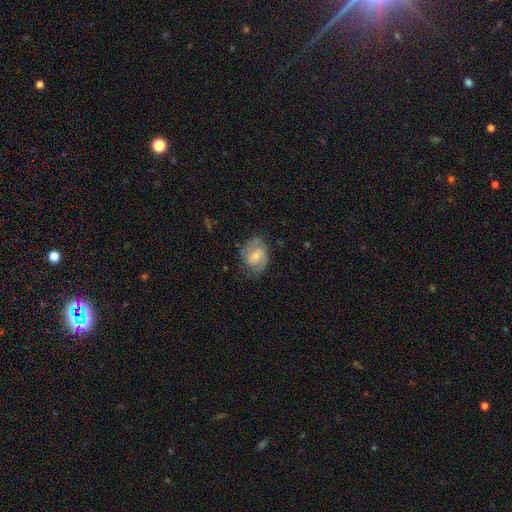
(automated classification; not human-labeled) Smooth or featured? Predicted: featured or disk (p=0.59). Edge-on disk? Predicted: no (p=0.97). Bar? Predicted: weak (p=0.52). Spiral arms? Predicted: yes (p=0.83). Bulge size? Predicted: small (p=0.46). Merging? Predicted: none (p=0.65).